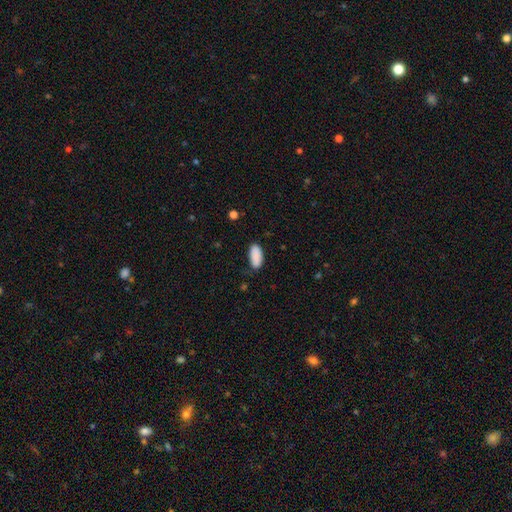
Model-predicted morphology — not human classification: This appears to be a smooth galaxy with no disk features (89%) that is in between round and cigar-shaped (91%). Merging: none (76%).